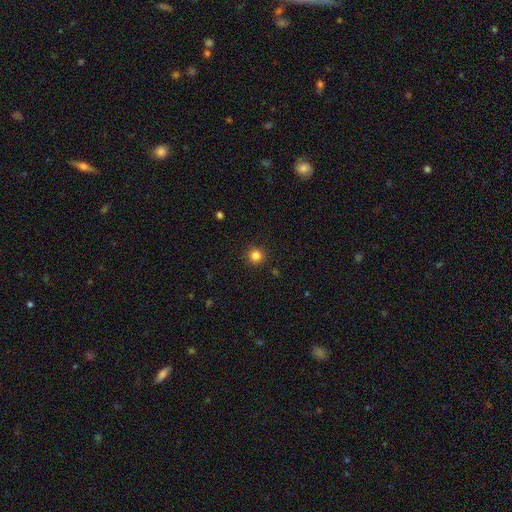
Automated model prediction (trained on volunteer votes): A smooth galaxy with no disk features (83%) that is round (95%). Merging: none (92%).